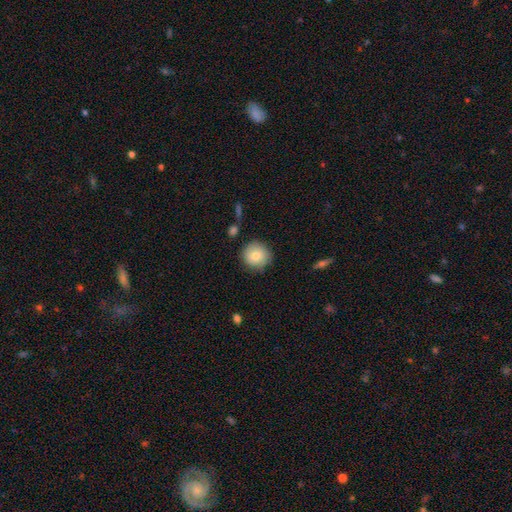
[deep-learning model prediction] Overall: smooth (79%). How rounded: round (93%). Merging: none (85%).